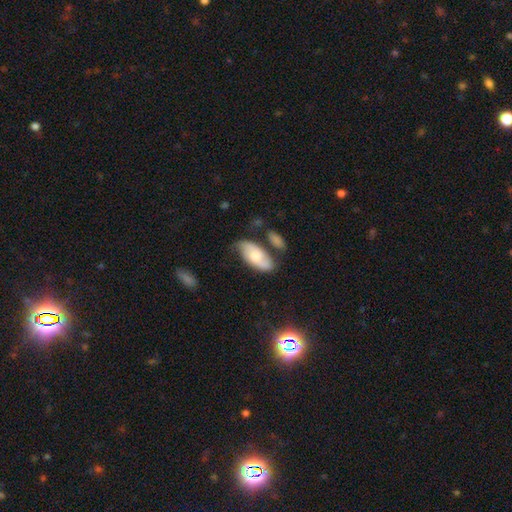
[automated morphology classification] Smooth or featured?
  - smooth: 49% *
  - featured or disk: 44%
  - star or artifact: 6%
Merging?
  - none: 56% *
  - minor disturbance: 24%
  - merger: 11%
  - major disturbance: 8%